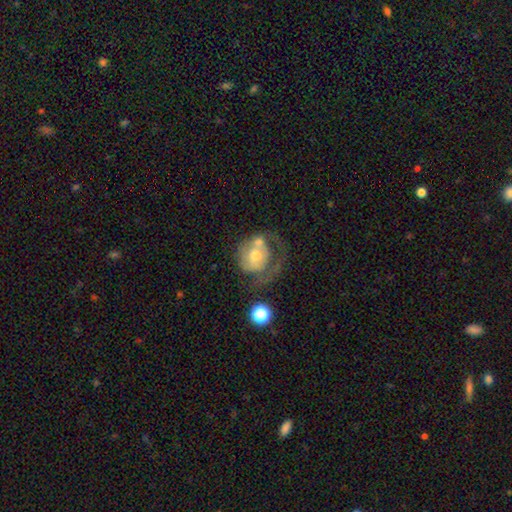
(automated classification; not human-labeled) This is possibly a featured or disk galaxy (50%). Merging: marginally major disturbance (31%).